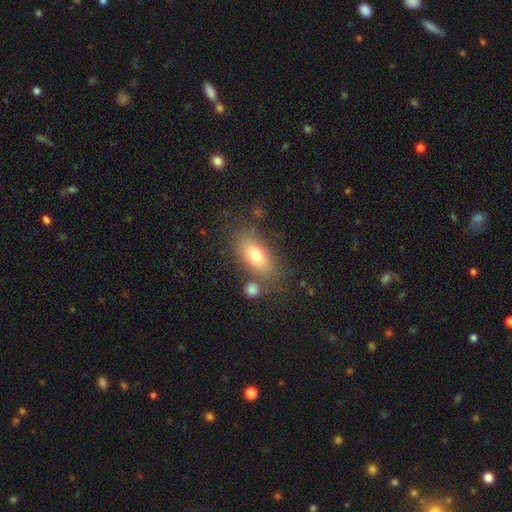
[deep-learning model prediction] smooth_or_featured: smooth (p=0.74) [alt: featured or disk p=0.17]
how_rounded: in between (p=0.84) [alt: cigar-shaped p=0.09]
merging: none (p=0.72) [alt: minor disturbance p=0.14]